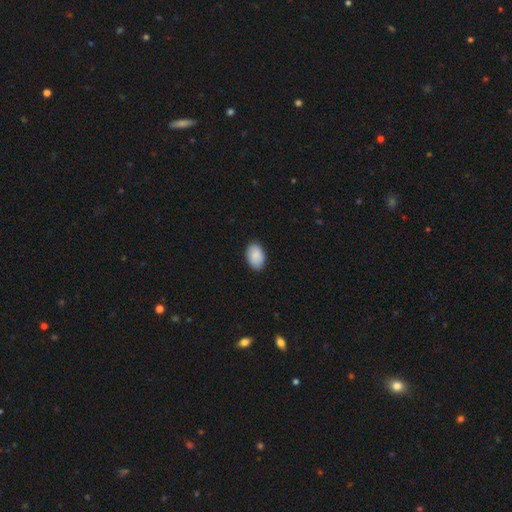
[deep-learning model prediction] Smooth or featured?
  - smooth: 90% *
  - star or artifact: 6%
  - featured or disk: 4%
How rounded?
  - in between: 90% *
  - round: 9%
  - cigar-shaped: 1%
Merging?
  - none: 89% *
  - minor disturbance: 8%
  - major disturbance: 2%
  - merger: 1%